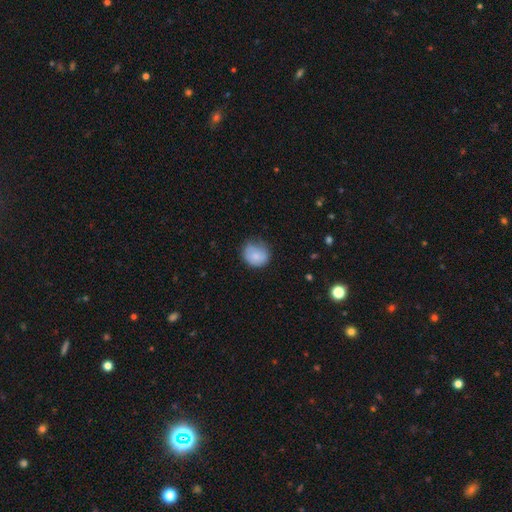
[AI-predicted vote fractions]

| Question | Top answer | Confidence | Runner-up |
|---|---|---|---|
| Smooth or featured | smooth | 81% | featured or disk (11%) |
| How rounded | round | 71% | in between (28%) |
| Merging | none | 63% | minor disturbance (28%) |